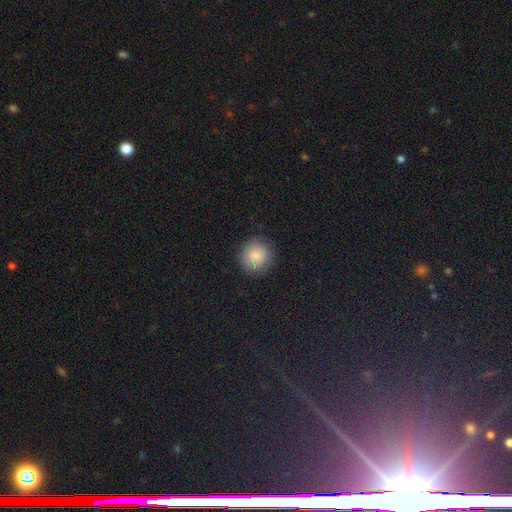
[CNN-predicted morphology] smooth 86%, star or artifact 8%, featured or disk 5%. Down the decision tree: how rounded — round (93%); merging — none (88%).